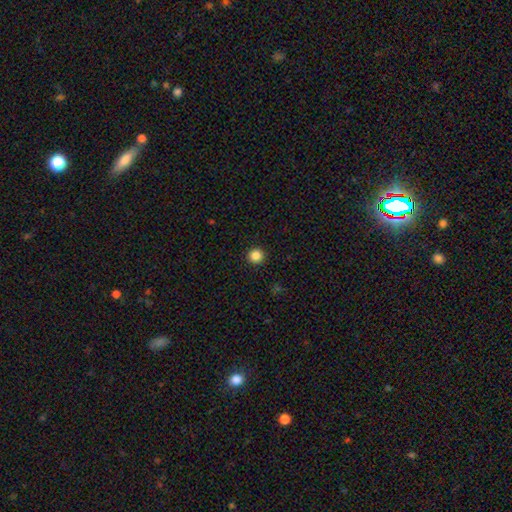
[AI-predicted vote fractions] smooth-or-featured: smooth: 86% | star or artifact: 11% | featured or disk: 3%
  how-rounded: round: 95% | in between: 4% | cigar-shaped: 1%
  merging: none: 94% | minor disturbance: 4% | major disturbance: 1% | merger: 1%